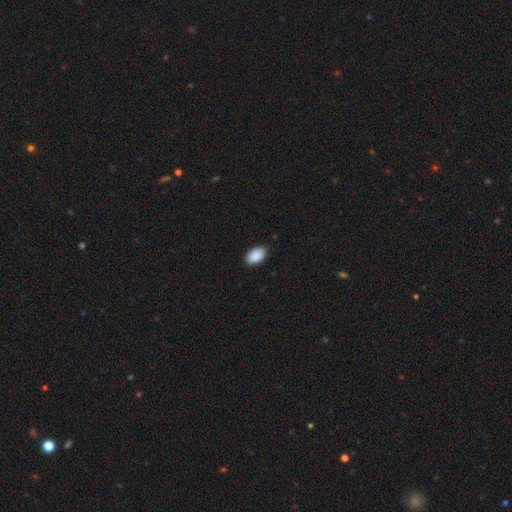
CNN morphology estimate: Smooth or featured? smooth (90%)
How rounded? in between (94%)
Merging? none (84%)